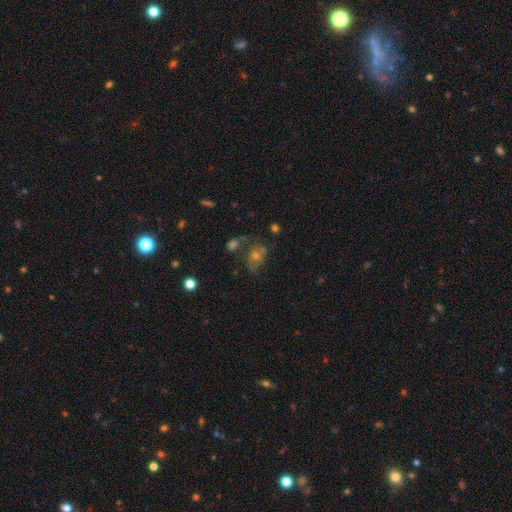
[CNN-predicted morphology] Overall: smooth (41%; featured or disk 35%). Merging: none (48%; minor disturbance 20%).